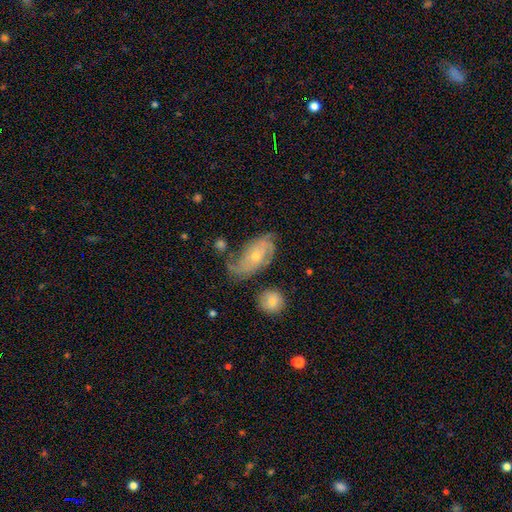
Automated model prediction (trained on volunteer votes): A featured or disk galaxy (77%) with no bar (70%), 2 (40%) tight (45%) spiral arms (92%) and a small central bulge (57%). Merging: none (57%).